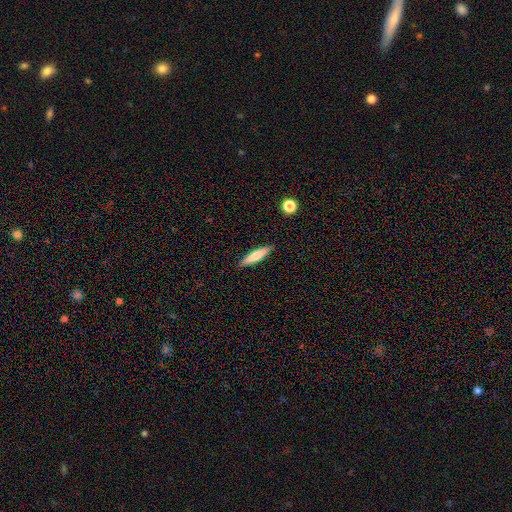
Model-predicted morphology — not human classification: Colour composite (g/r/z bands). It shows a smooth galaxy with no disk features (73%) that is cigar-shaped (84%). Merging: none (90%).